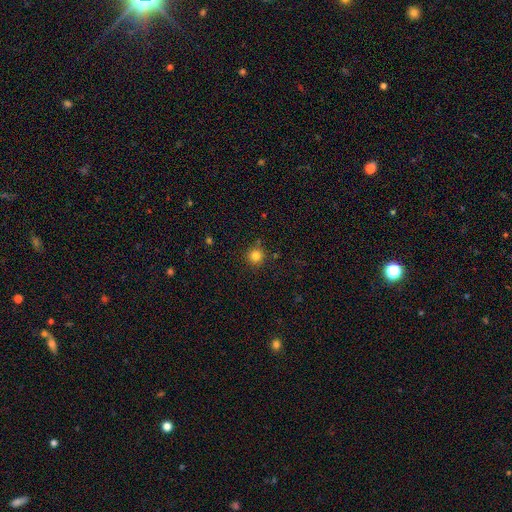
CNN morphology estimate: The model was most divided on "smooth or featured": smooth: 82%, star or artifact: 13%, featured or disk: 5%. More confident: how rounded — round (95%); merging — none (87%).